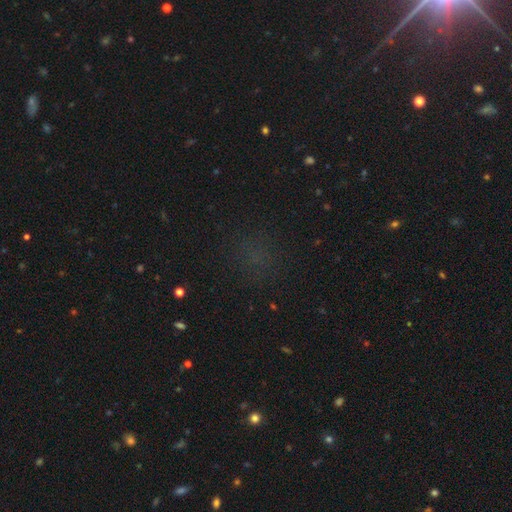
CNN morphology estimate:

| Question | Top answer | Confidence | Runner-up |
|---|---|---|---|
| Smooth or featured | star or artifact | 50% | smooth (41%) |